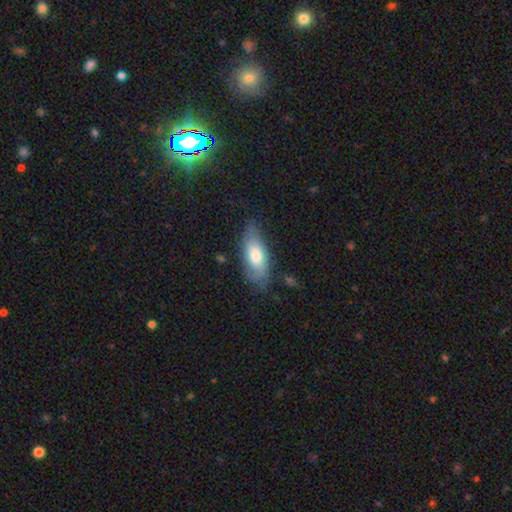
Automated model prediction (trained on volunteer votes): Q: Smooth or featured?
A: smooth (65%); runner-up: featured or disk (28%)
Q: How rounded?
A: in between (81%); runner-up: cigar-shaped (16%)
Q: Merging?
A: none (69%); runner-up: minor disturbance (24%)